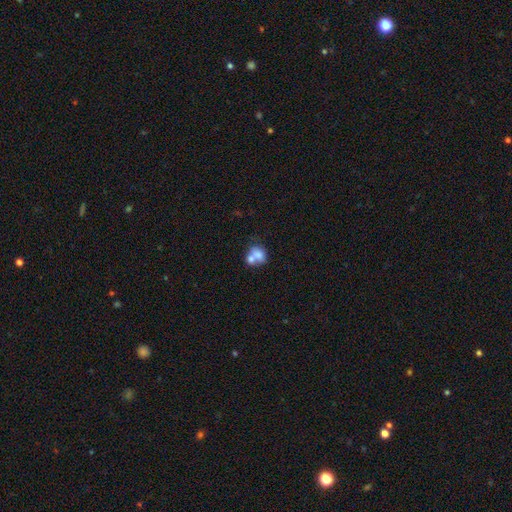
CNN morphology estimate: Smooth or featured? smooth (70%)
How rounded? in between (55%)
Merging? merger (63%)